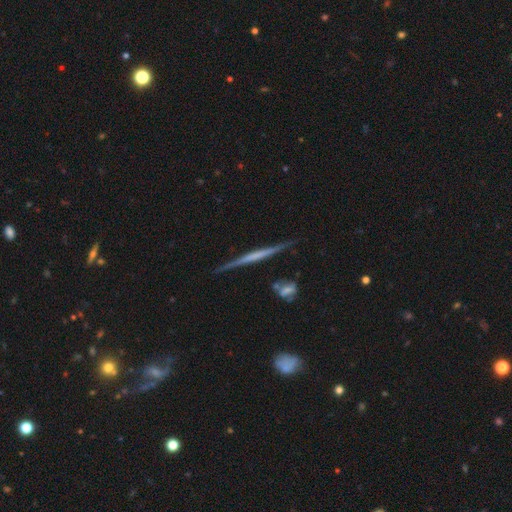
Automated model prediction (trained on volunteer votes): This appears to be a featured or disk galaxy (70%) viewed edge-on (97%) with no central bulge (71%). Merging: none (83%).